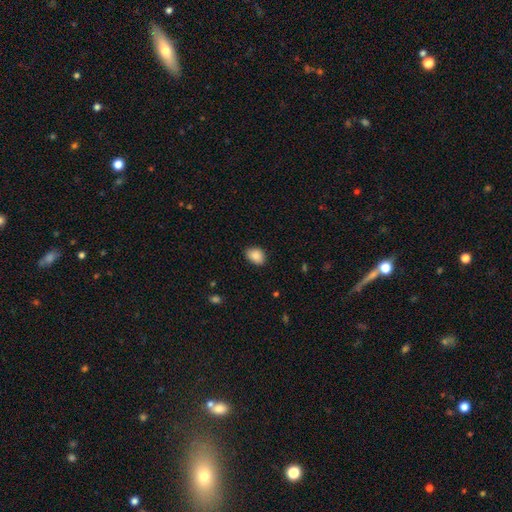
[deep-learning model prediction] smooth_or_featured: smooth (p=0.88) [alt: star or artifact p=0.08]
how_rounded: in between (p=0.72) [alt: round p=0.27]
merging: none (p=0.84) [alt: minor disturbance p=0.12]